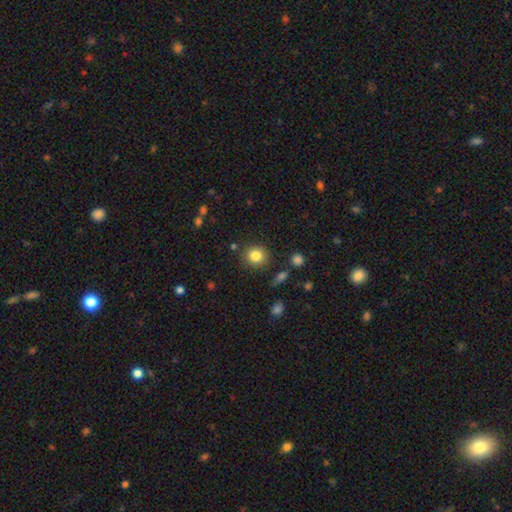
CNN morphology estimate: This appears to be a smooth galaxy with no disk features (83%) that is round (85%). Merging: none (84%).